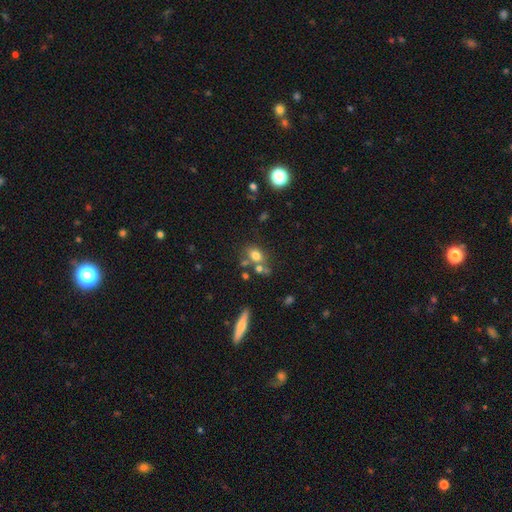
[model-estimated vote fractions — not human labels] Q: Smooth or featured?
A: smooth (73%); runner-up: star or artifact (14%)
Q: How rounded?
A: in between (62%); runner-up: round (35%)
Q: Merging?
A: none (53%); runner-up: merger (27%)